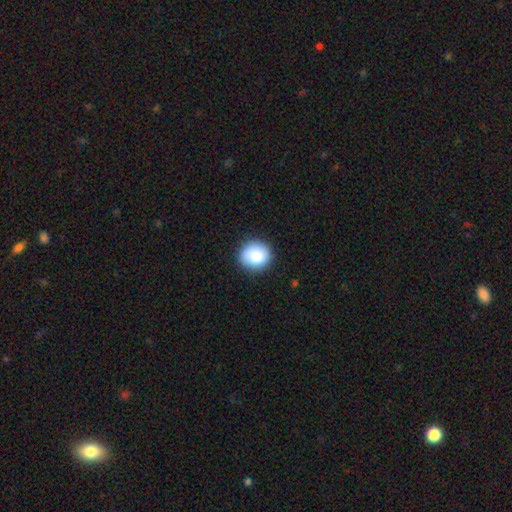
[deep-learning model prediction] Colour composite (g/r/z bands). It shows a smooth galaxy with no disk features (86%) that is round (83%). Merging: none (87%).